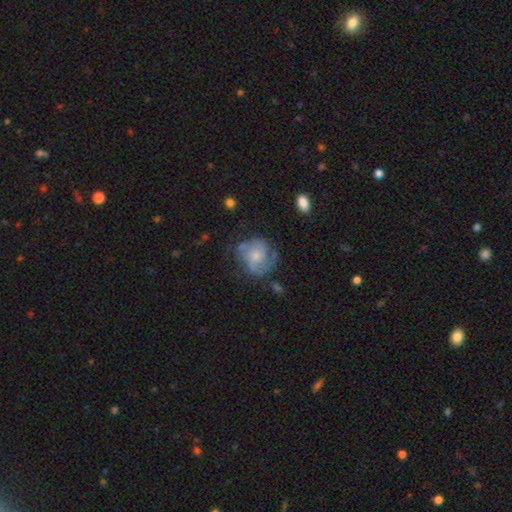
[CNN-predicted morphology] A featured or disk galaxy (68%) with no bar (74%), 2 (37%) medium (43%) spiral arms (86%) and a small central bulge (60%). Merging: none (61%).